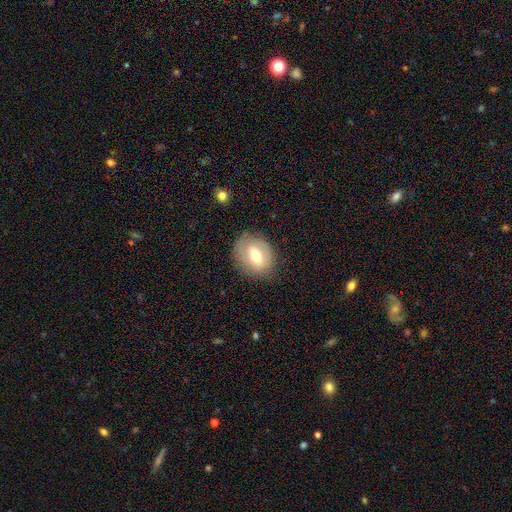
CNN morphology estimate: type=smooth (61%); roundness=in between (59%); merging=none (80%).